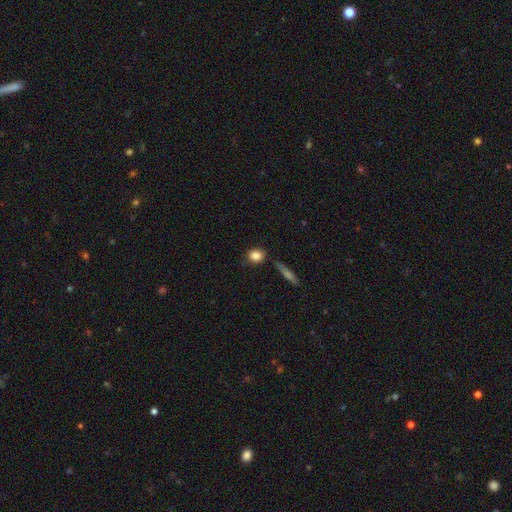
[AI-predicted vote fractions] Morphology: type=smooth (86%); roundness=round (58%); merging=none (77%).